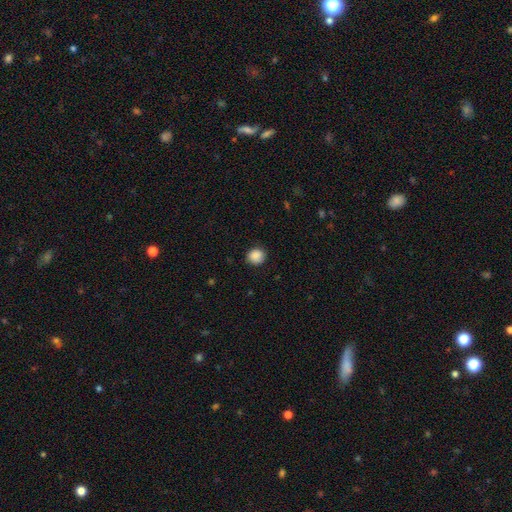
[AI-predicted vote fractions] A smooth galaxy with no disk features (88%) that is round (82%). Merging: none (86%).